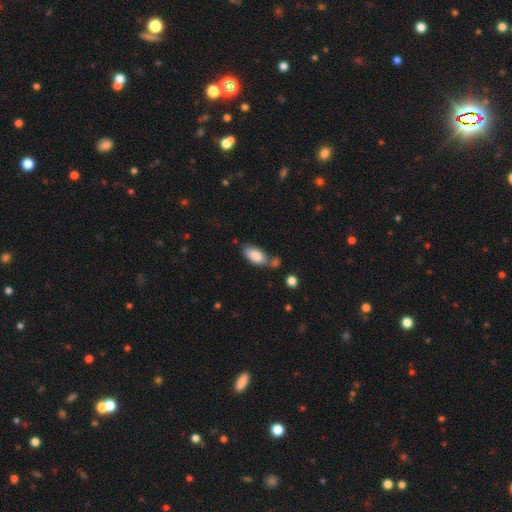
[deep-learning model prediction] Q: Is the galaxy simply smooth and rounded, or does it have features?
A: smooth — 84%.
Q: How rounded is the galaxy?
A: in between — 91%.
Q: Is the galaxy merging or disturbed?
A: none — 55%.